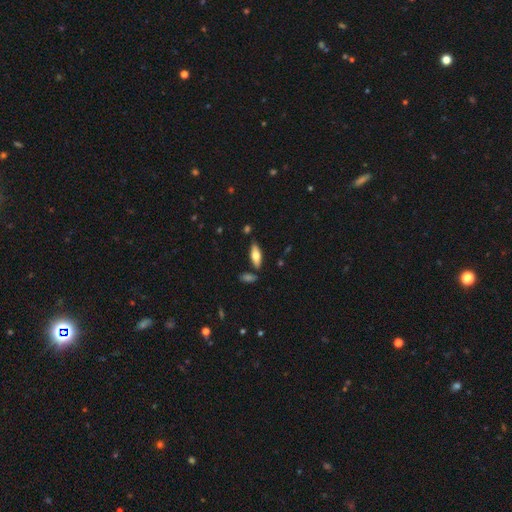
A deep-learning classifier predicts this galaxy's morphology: smooth-or-featured: smooth: 64% | featured or disk: 30% | star or artifact: 6%
  how-rounded: in between: 68% | cigar-shaped: 30% | round: 2%
  merging: none: 82% | minor disturbance: 11% | merger: 5% | major disturbance: 2%